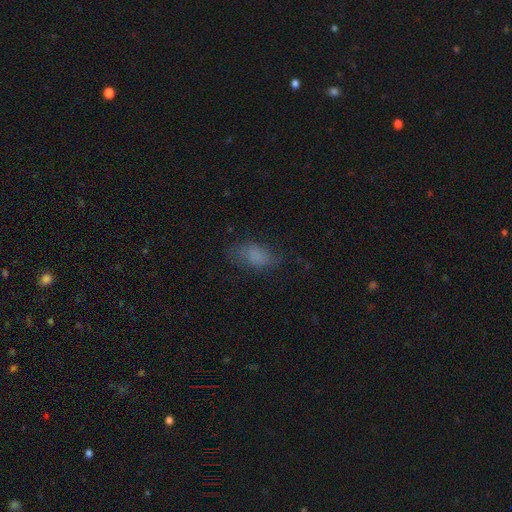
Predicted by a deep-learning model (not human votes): Overall: smooth (72%). How rounded: in between (90%). Merging: none (62%; minor disturbance 23%).